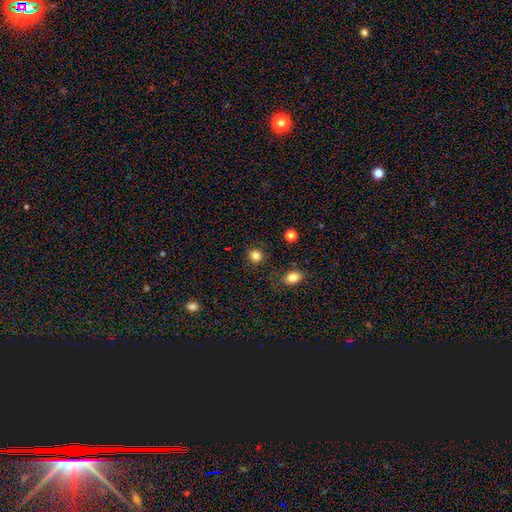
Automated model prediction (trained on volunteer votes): Morphology: type=smooth (84%); roundness=round (90%); merging=none (88%).